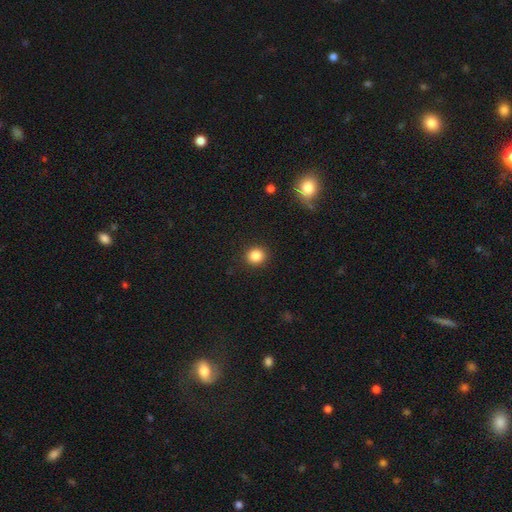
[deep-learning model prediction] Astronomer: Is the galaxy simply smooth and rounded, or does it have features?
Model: smooth — 85%.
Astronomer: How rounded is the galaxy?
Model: round — 89%.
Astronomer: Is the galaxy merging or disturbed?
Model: none — 92%.